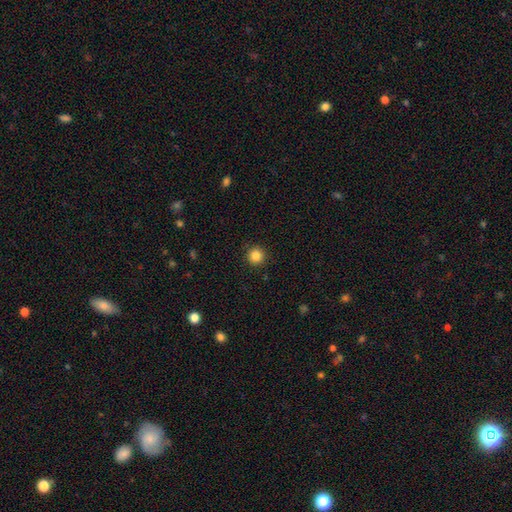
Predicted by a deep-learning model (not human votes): A smooth galaxy with no disk features (85%) that is round (96%). Merging: none (92%).